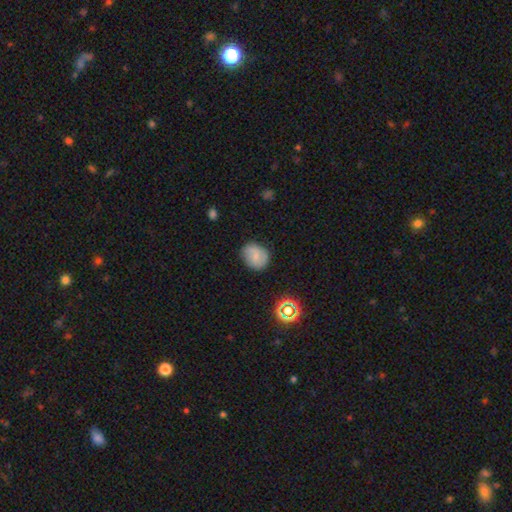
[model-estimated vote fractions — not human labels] This appears to be a smooth galaxy with no disk features (64%) that is round (65%). Merging: none (78%).